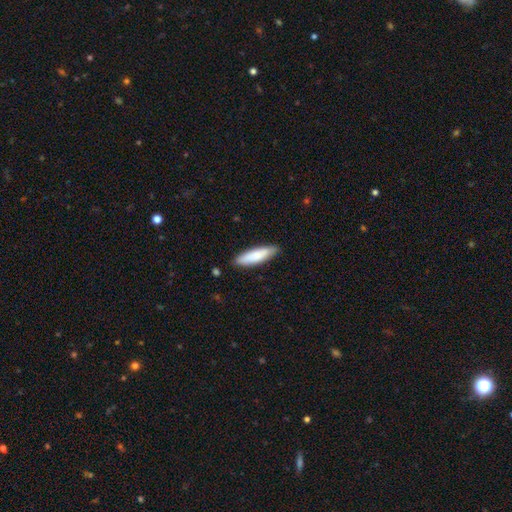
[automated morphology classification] This is likely a smooth galaxy (80%). How rounded: likely cigar-shaped (62%). Merging: clearly none (85%).